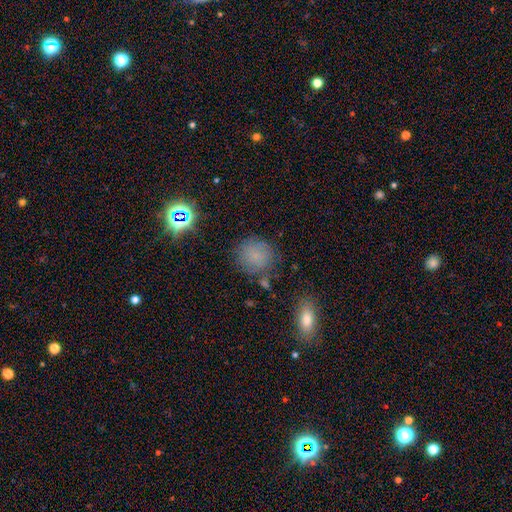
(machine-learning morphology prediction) smooth_or_featured: smooth (p=0.74) [alt: star or artifact p=0.17]
how_rounded: round (p=0.84) [alt: in between p=0.15]
merging: none (p=0.77) [alt: minor disturbance p=0.14]